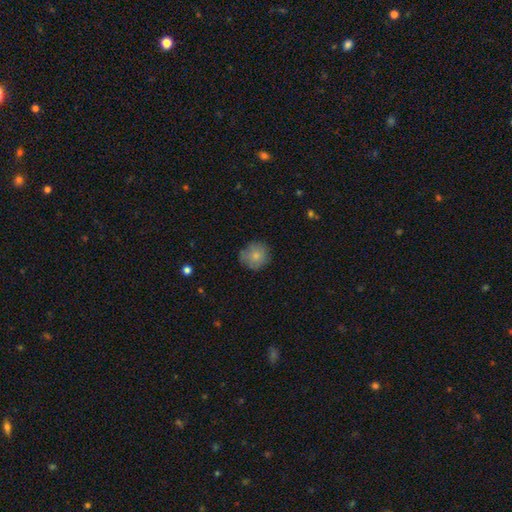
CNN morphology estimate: A smooth galaxy with no disk features (80%) that is round (89%). Merging: none (78%).